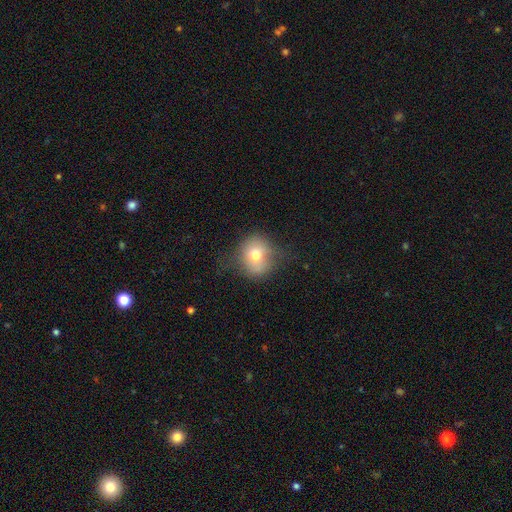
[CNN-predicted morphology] Smooth or featured? smooth (70%)
How rounded? round (80%)
Merging? none (65%)